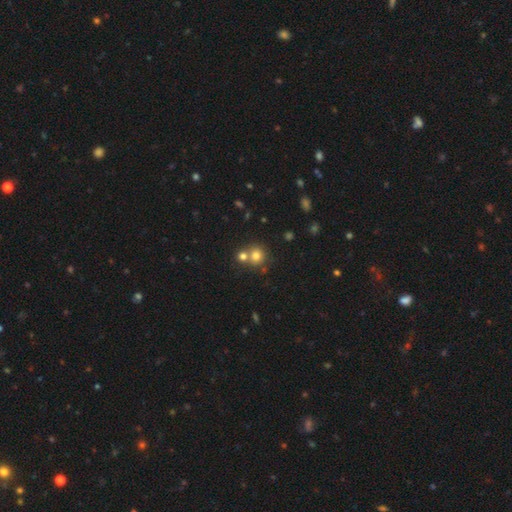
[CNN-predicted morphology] smooth_or_featured: smooth (p=0.76) [alt: star or artifact p=0.14]
how_rounded: round (p=0.88) [alt: in between p=0.11]
merging: none (p=0.55) [alt: merger p=0.36]